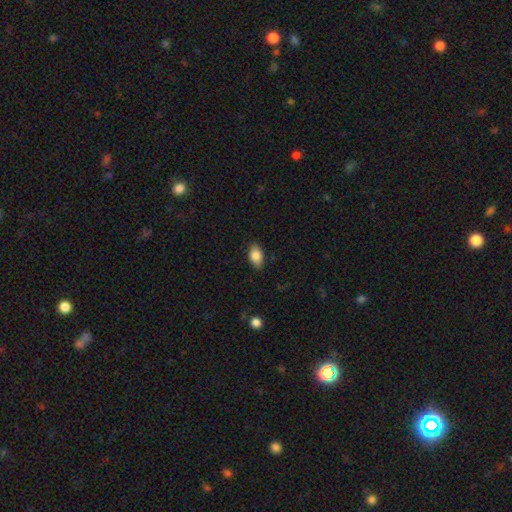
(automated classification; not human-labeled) Smooth or featured? smooth (86%)
How rounded? in between (90%)
Merging? none (85%)